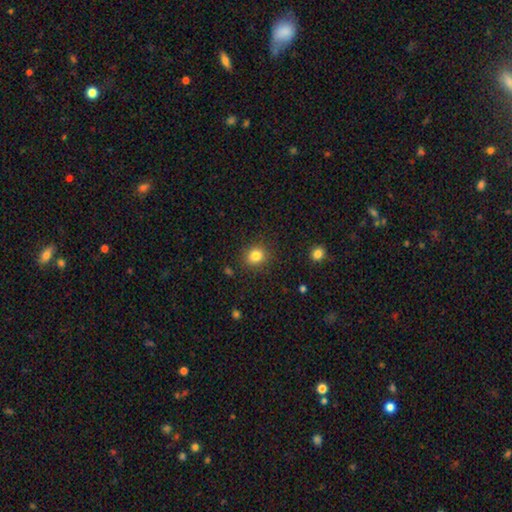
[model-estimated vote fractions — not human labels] This is clearly a smooth galaxy (83%). How rounded: likely round (80%). Merging: clearly none (88%).